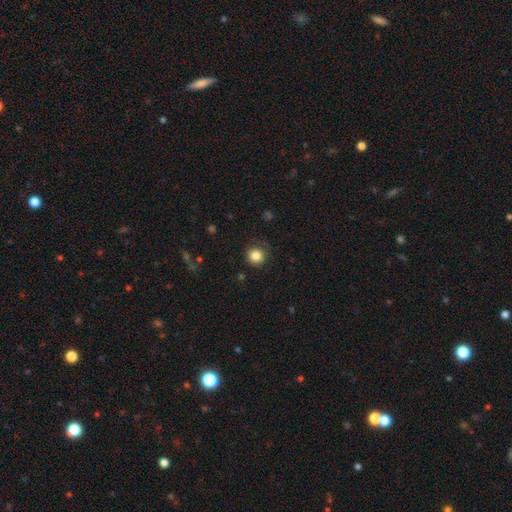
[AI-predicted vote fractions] Smooth or featured? Predicted: smooth (p=0.84). How rounded? Predicted: round (p=0.94). Merging? Predicted: none (p=0.87).